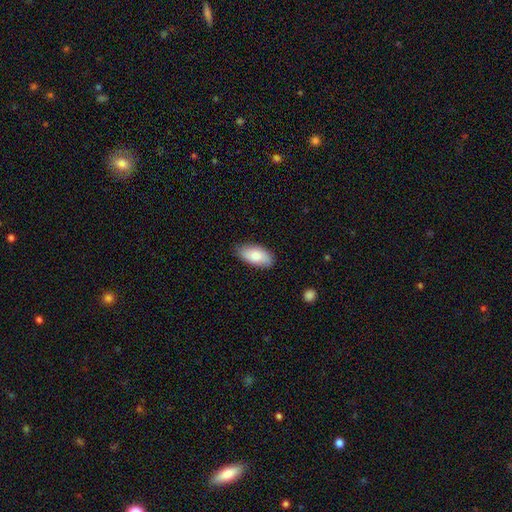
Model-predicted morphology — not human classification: smooth-or-featured: smooth: 82% | featured or disk: 12% | star or artifact: 6%
  how-rounded: in between: 93% | cigar-shaped: 5% | round: 2%
  merging: none: 82% | minor disturbance: 14% | major disturbance: 3% | merger: 1%